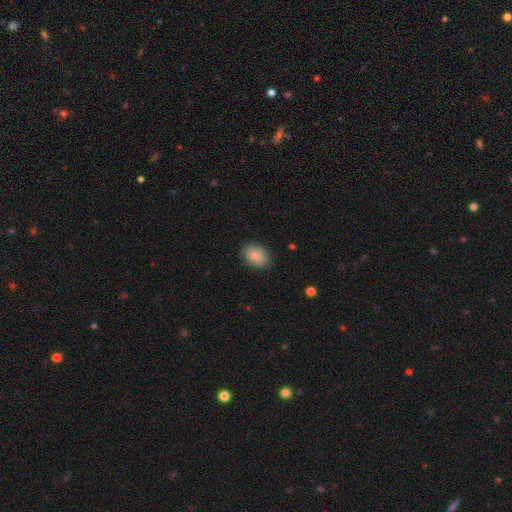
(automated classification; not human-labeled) This is clearly a smooth galaxy (87%). How rounded: likely in between (72%). Merging: clearly none (85%).